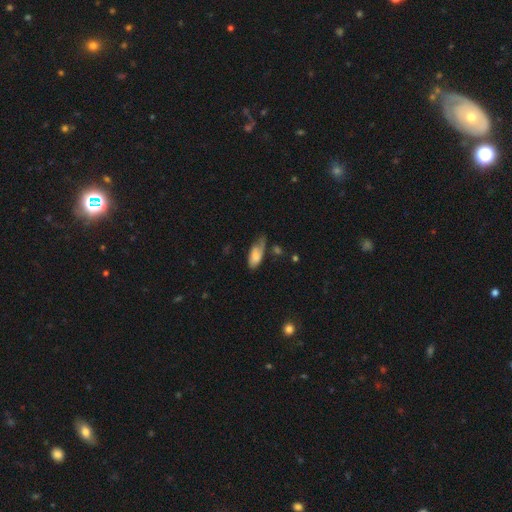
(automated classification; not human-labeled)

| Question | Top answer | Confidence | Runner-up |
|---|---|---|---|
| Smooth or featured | smooth | 75% | featured or disk (18%) |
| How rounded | in between | 83% | cigar-shaped (15%) |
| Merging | minor disturbance | 39% | none (36%) |